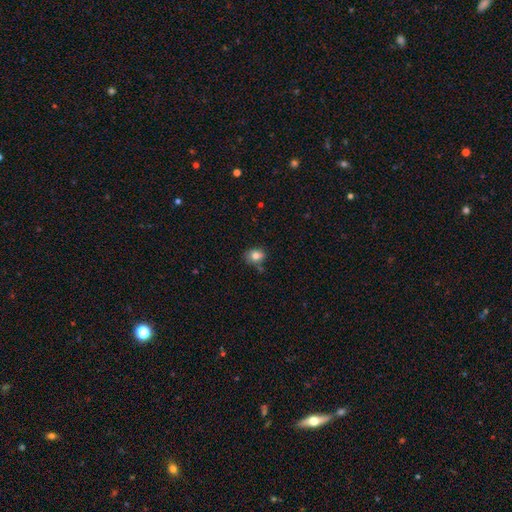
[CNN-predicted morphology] This appears to be a smooth galaxy with no disk features (80%) that is round (50%). Merging: none (68%).